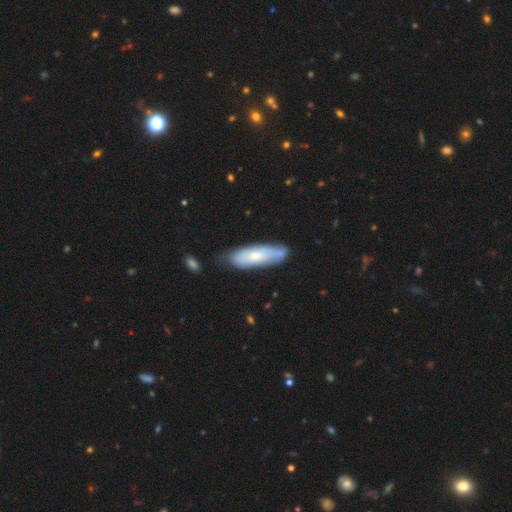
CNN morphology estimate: smooth 57%, featured or disk 37%, star or artifact 6%. Down the decision tree: how rounded — cigar-shaped (51%); merging — none (68%).